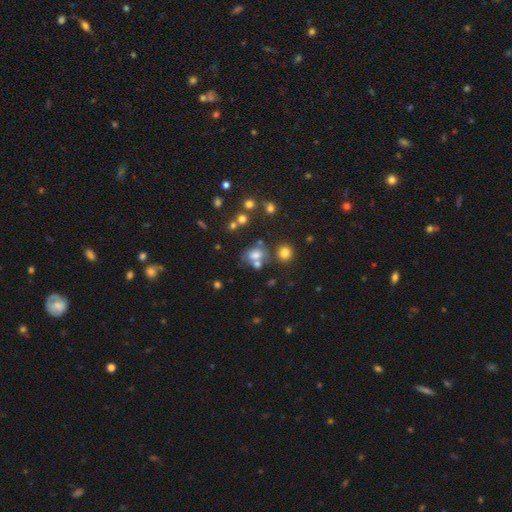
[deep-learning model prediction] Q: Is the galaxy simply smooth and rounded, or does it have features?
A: smooth — 64%.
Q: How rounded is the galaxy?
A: in between — 59%.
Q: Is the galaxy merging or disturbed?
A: none — 44%.